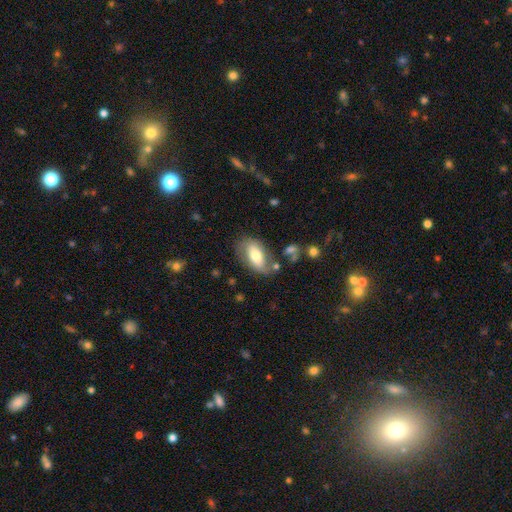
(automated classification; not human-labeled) The model was most divided on "smooth or featured": smooth: 60%, featured or disk: 33%, star or artifact: 7%. More confident: how rounded — in between (90%); merging — none (64%).